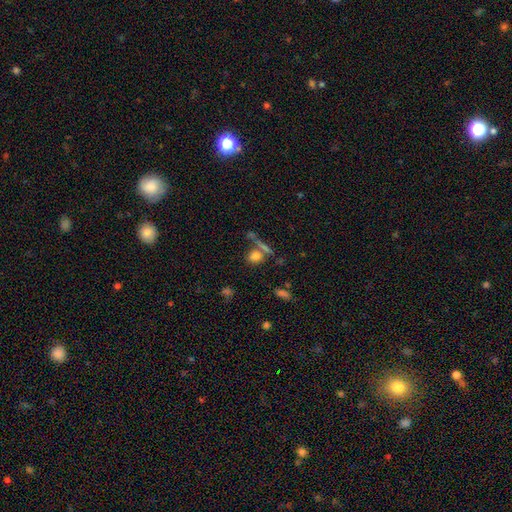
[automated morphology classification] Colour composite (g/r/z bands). It shows a smooth galaxy with no disk features (72%) that is round (47%). Merging: none (58%).